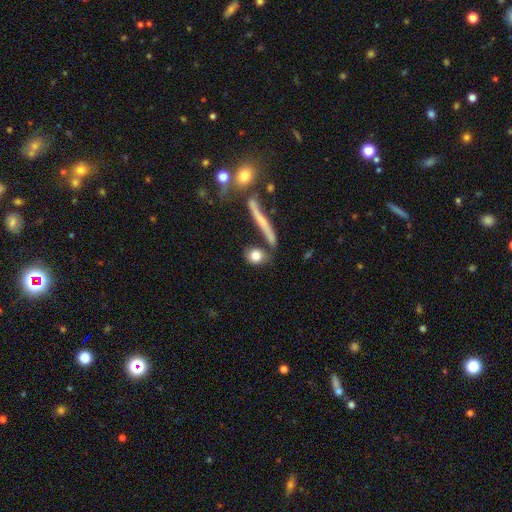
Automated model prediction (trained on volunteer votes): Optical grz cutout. It shows a smooth galaxy with no disk features (78%) that is round (53%). Merging: none (62%).